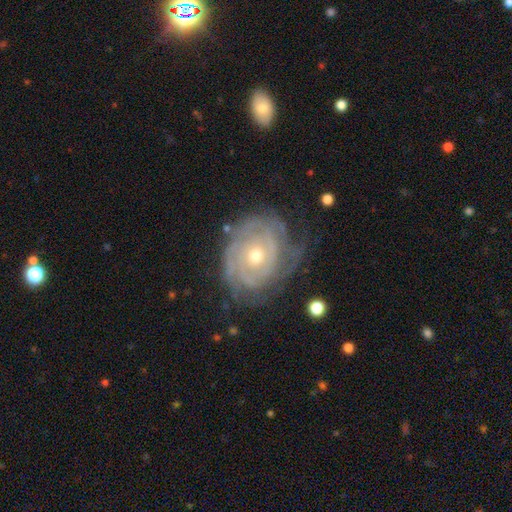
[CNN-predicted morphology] Overall: featured or disk (86%). Edge-on disk: no (97%). Bar: no (80%). Spiral arms: yes (94%). Spiral arm count: can't tell (41%; 2 19%). Spiral winding: tight (80%). Bulge size: small (49%; moderate 48%). Merging: none (67%).